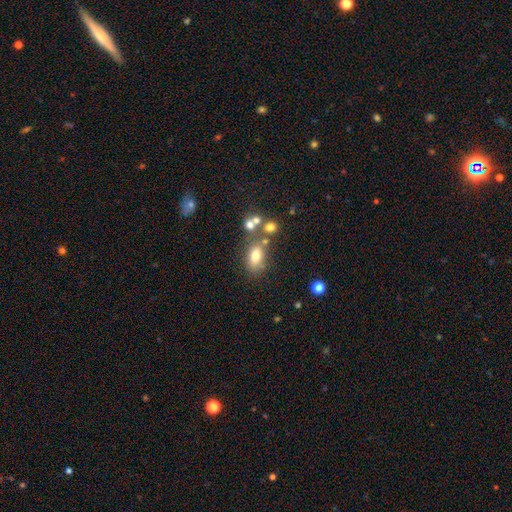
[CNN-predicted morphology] smooth_or_featured: smooth (p=0.73) [alt: featured or disk p=0.14]
how_rounded: in between (p=0.80) [alt: round p=0.16]
merging: none (p=0.61) [alt: merger p=0.18]